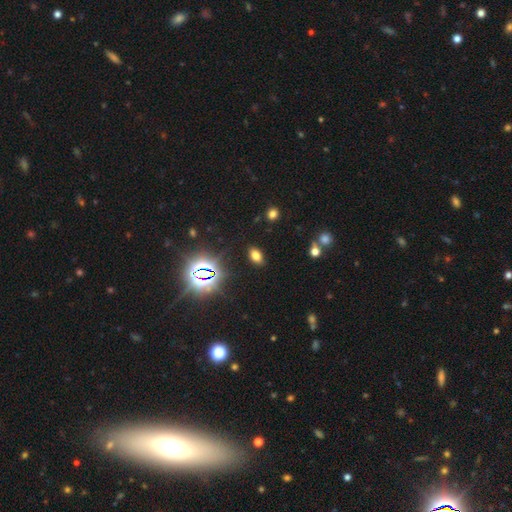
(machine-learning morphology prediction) smooth_or_featured: smooth (p=0.66) [alt: star or artifact p=0.26]
how_rounded: in between (p=0.88) [alt: round p=0.09]
merging: none (p=0.87) [alt: minor disturbance p=0.08]